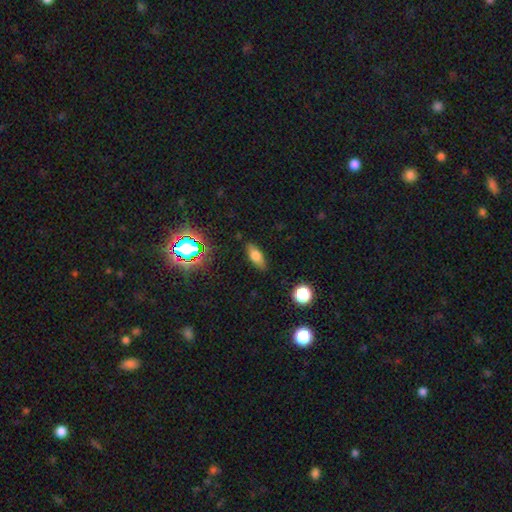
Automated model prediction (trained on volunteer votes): Overall: smooth (69%). How rounded: in between (75%). Merging: none (84%).